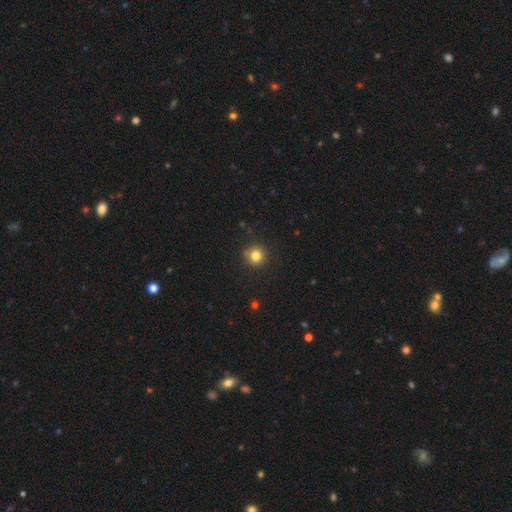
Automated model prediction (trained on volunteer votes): This appears to be a smooth galaxy with no disk features (81%) that is round (94%). Merging: none (87%).